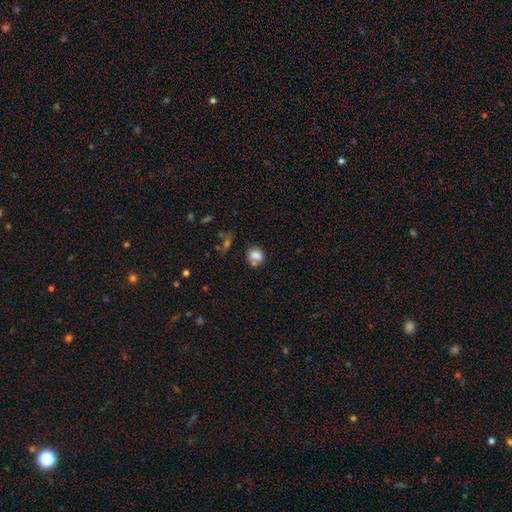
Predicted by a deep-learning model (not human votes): smooth 77%, featured or disk 12%, star or artifact 11%. Down the decision tree: how rounded — round (59%); merging — none (51%).